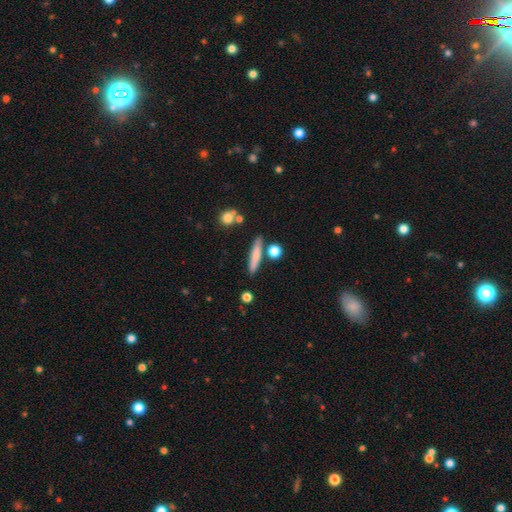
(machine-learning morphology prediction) Smooth or featured?
  - smooth: 73% *
  - featured or disk: 20%
  - star or artifact: 7%
How rounded?
  - cigar-shaped: 87% *
  - in between: 9%
  - round: 3%
Merging?
  - none: 80% *
  - minor disturbance: 10%
  - merger: 7%
  - major disturbance: 3%